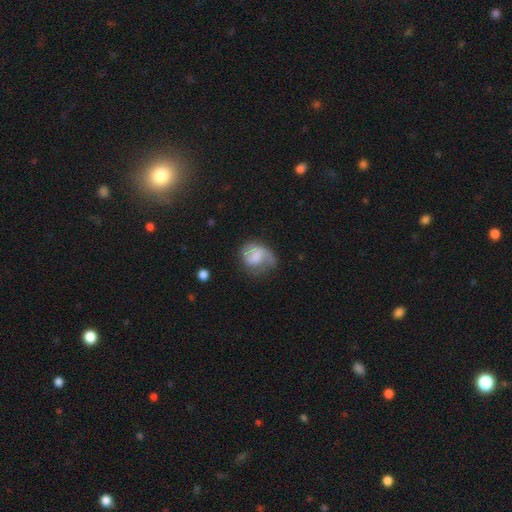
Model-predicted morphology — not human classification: This is possibly a smooth galaxy (48%). Merging: marginally none (38%).